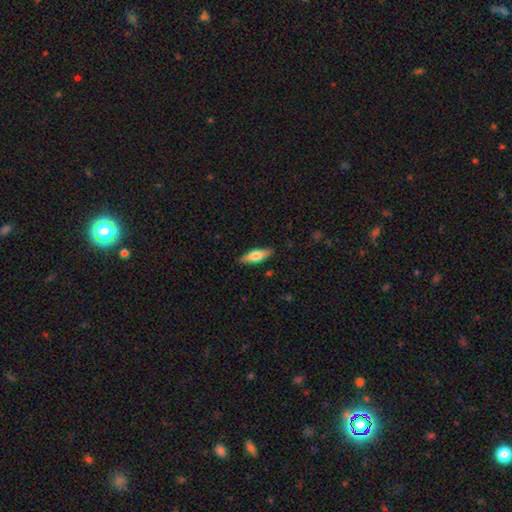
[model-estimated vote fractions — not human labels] Smooth or featured: smooth — 63% (featured or disk — 31%)
How rounded: in between — 60% (cigar-shaped — 38%)
Merging: none — 87% (minor disturbance — 10%)